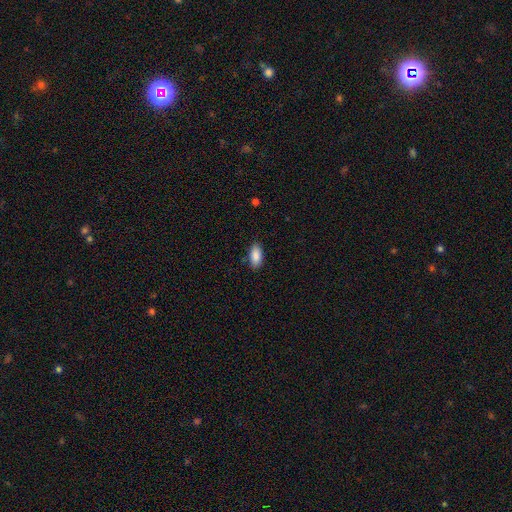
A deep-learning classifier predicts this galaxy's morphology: Smooth or featured? Predicted: smooth (p=0.89). How rounded? Predicted: in between (p=0.91). Merging? Predicted: none (p=0.84).